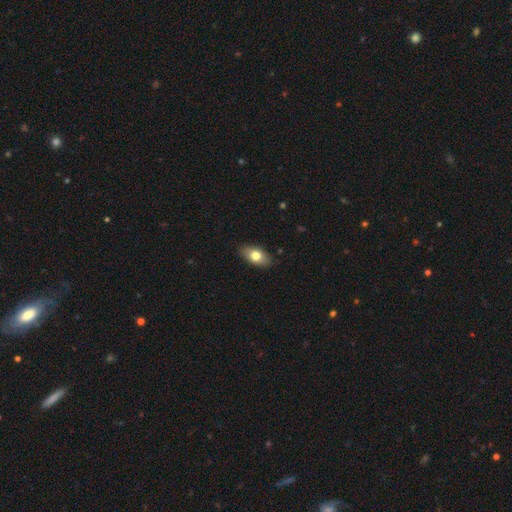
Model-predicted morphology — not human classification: Q: Smooth or featured?
A: smooth (74%); runner-up: featured or disk (19%)
Q: How rounded?
A: in between (90%); runner-up: round (6%)
Q: Merging?
A: none (86%); runner-up: minor disturbance (11%)